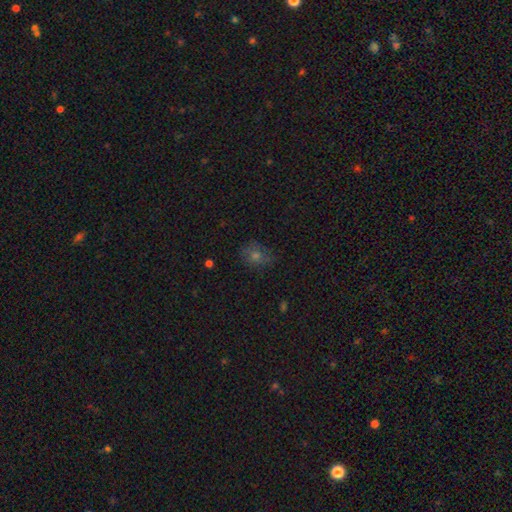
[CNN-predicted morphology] smooth 59%, star or artifact 24%, featured or disk 16%. Down the decision tree: how rounded — round (59%); merging — none (72%).